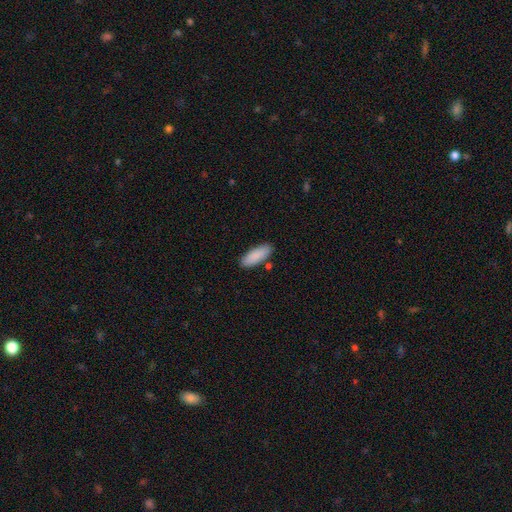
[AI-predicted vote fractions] smooth-or-featured: smooth: 89% | star or artifact: 6% | featured or disk: 6%
  how-rounded: in between: 75% | cigar-shaped: 24% | round: 2%
  merging: none: 82% | minor disturbance: 11% | merger: 4% | major disturbance: 2%